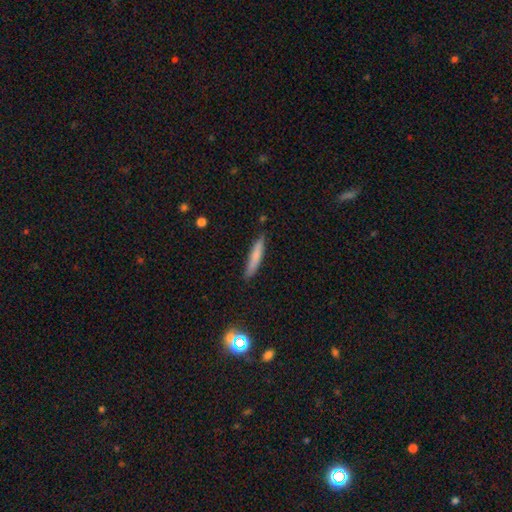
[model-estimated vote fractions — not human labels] Smooth or featured? smooth (75%)
How rounded? cigar-shaped (92%)
Merging? none (83%)